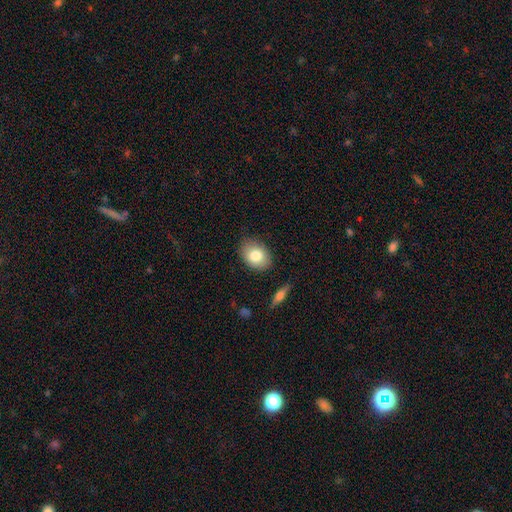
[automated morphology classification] type=smooth (80%); roundness=in between (73%); merging=none (83%).